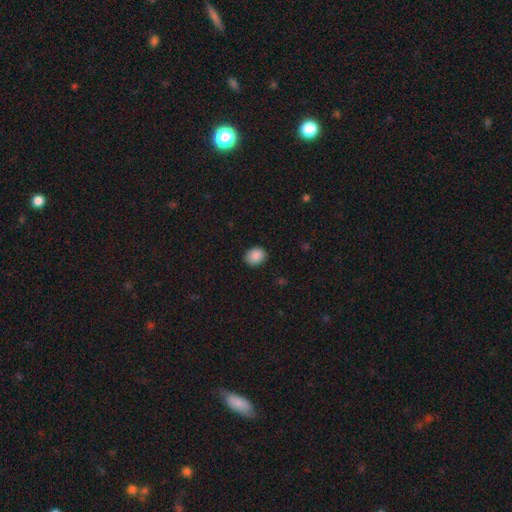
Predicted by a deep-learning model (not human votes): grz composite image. It shows a smooth galaxy with no disk features (89%) that is round (57%). Merging: none (87%).